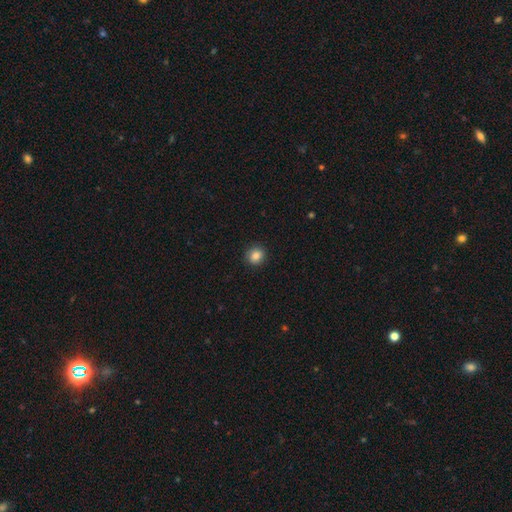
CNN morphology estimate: A smooth galaxy with no disk features (84%) that is round (83%). Merging: none (89%).